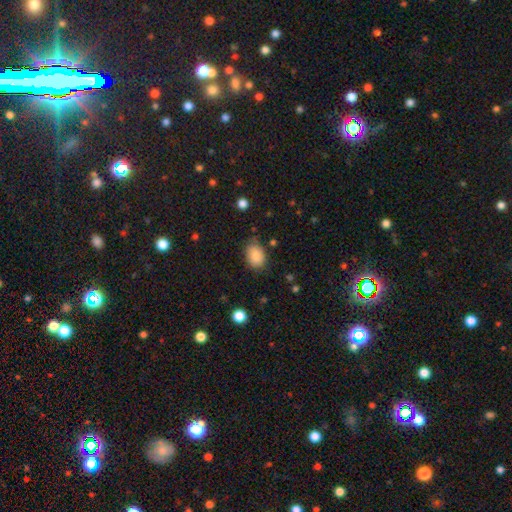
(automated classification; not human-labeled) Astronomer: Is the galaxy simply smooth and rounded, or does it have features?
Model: smooth — 87%.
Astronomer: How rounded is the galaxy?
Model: in between — 78%.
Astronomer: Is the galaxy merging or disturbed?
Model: none — 77%.